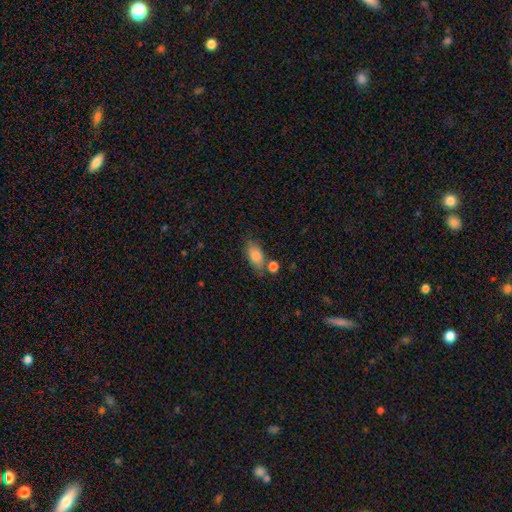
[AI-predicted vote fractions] Morphology: type=smooth (83%); roundness=in between (87%); merging=none (61%).